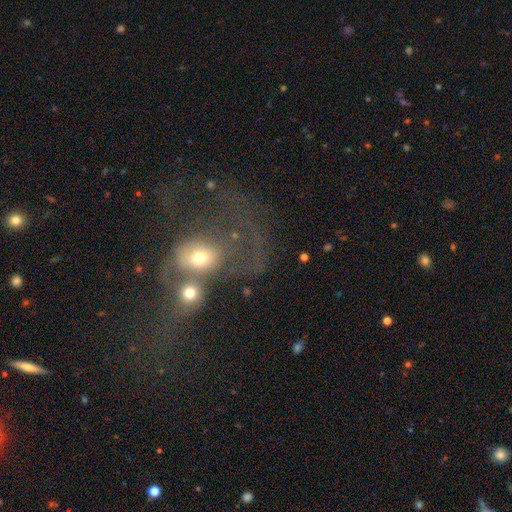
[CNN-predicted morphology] featured or disk 45%, smooth 41%, star or artifact 14%. Down the decision tree: merging — merger (69%).